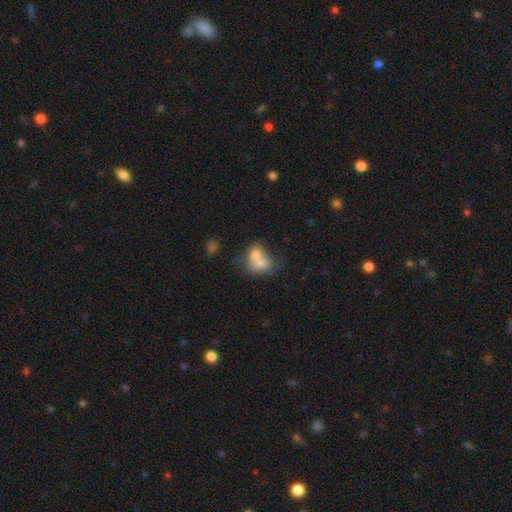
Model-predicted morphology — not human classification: type=smooth (65%); roundness=in between (57%); merging=merger (67%).